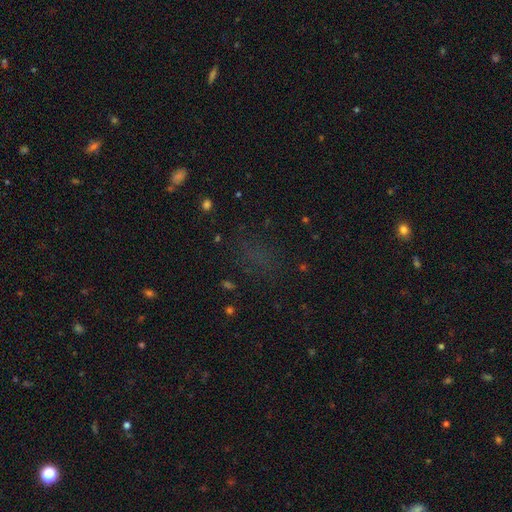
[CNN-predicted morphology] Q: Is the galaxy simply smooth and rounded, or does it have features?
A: star or artifact — 52%.